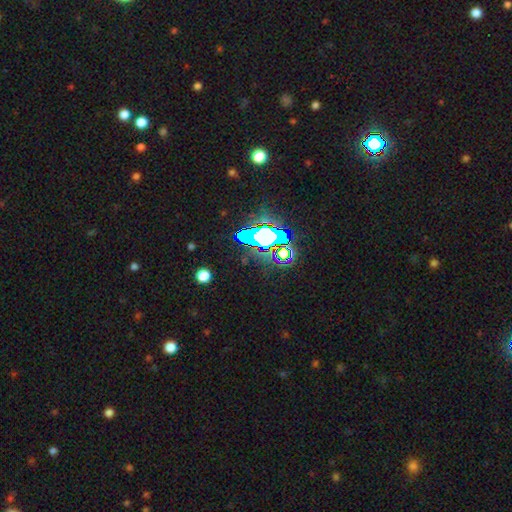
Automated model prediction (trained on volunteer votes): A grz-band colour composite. It shows a star or artifact, not a galaxy (81%).